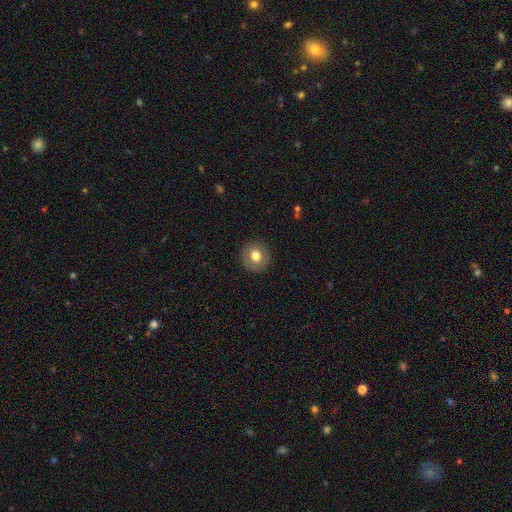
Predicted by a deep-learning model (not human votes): Morphology: type=smooth (74%); roundness=round (90%); merging=none (90%).